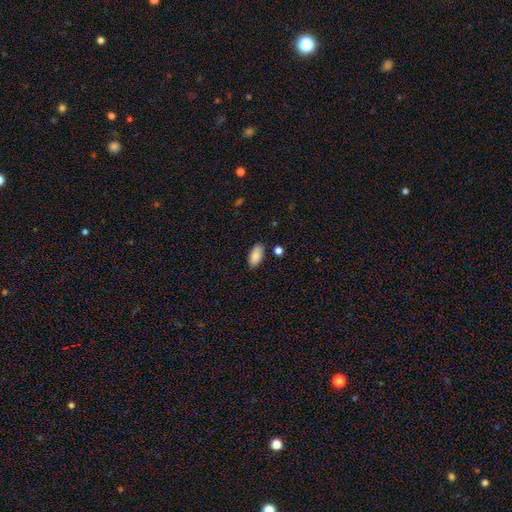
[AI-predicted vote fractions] Smooth or featured? Predicted: smooth (p=0.86). How rounded? Predicted: in between (p=0.93). Merging? Predicted: none (p=0.81).